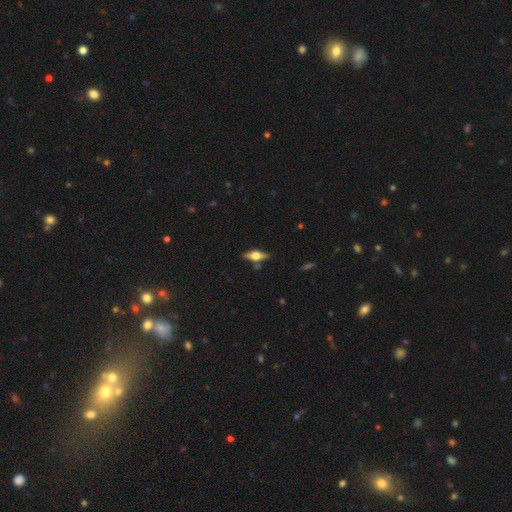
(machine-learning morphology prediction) Q: Smooth or featured?
A: featured or disk (65%); runner-up: smooth (28%)
Q: Edge-on disk?
A: yes (95%); runner-up: no (5%)
Q: Edge-on bulge?
A: rounded (90%); runner-up: boxy (8%)
Q: Merging?
A: none (82%); runner-up: minor disturbance (11%)